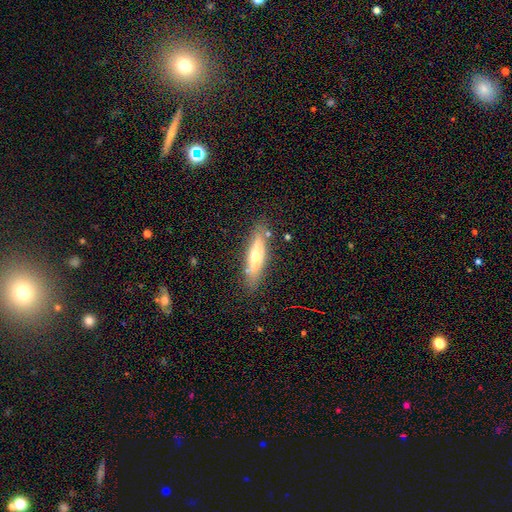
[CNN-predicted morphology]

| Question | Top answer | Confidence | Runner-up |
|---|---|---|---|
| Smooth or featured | featured or disk | 50% | smooth (43%) |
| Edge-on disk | yes | 69% | no (31%) |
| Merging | none | 81% | minor disturbance (13%) |